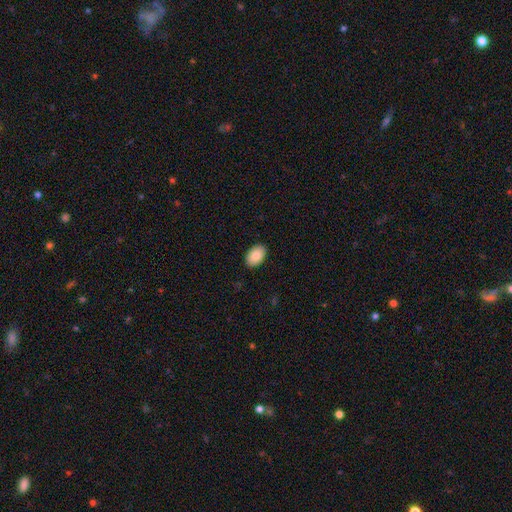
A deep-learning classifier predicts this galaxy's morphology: This appears to be a smooth galaxy with no disk features (87%) that is in between round and cigar-shaped (90%). Merging: none (90%).